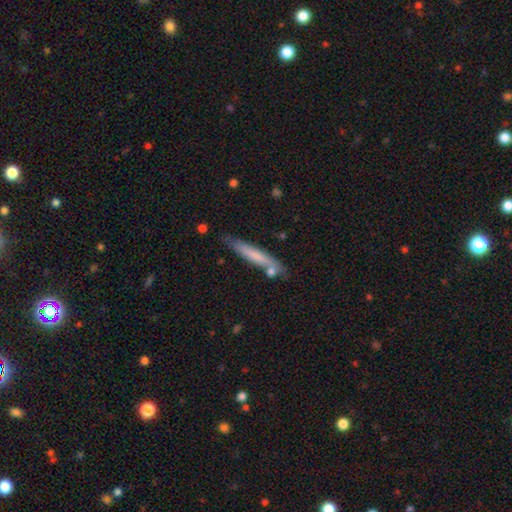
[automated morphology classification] Q: Smooth or featured?
A: smooth (65%); runner-up: featured or disk (29%)
Q: How rounded?
A: cigar-shaped (93%); runner-up: in between (6%)
Q: Merging?
A: none (74%); runner-up: minor disturbance (16%)